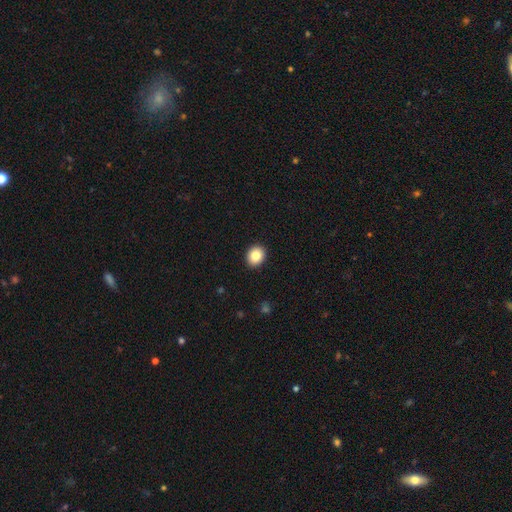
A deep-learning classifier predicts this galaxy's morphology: Q: Smooth or featured?
A: smooth (85%); runner-up: star or artifact (9%)
Q: How rounded?
A: round (67%); runner-up: in between (33%)
Q: Merging?
A: none (92%); runner-up: minor disturbance (5%)